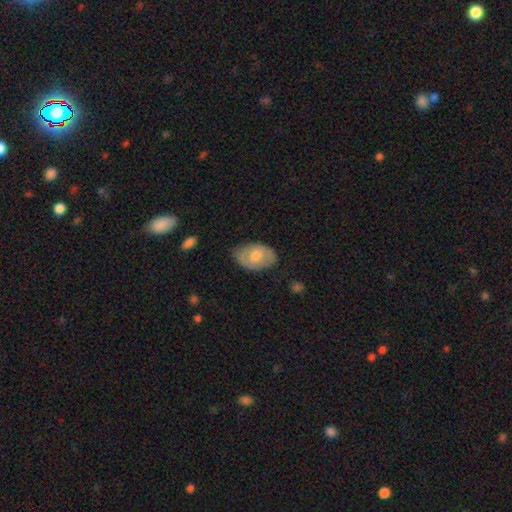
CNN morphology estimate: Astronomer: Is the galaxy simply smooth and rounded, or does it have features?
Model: smooth — 54% (runner-up: featured or disk, 40%).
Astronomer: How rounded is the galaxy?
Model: in between — 88%.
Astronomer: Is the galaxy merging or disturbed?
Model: none — 76%.